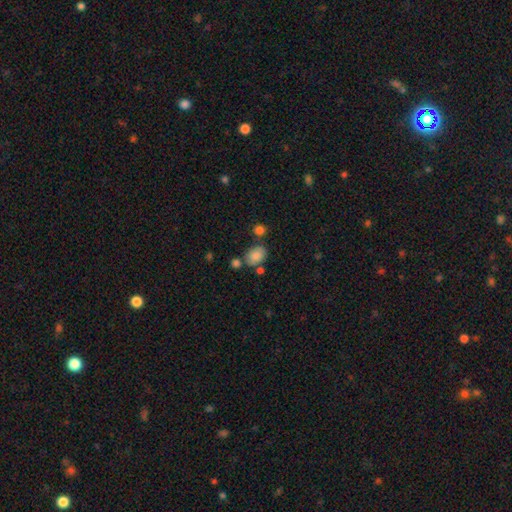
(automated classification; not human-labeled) A smooth galaxy with no disk features (84%) that is in between round and cigar-shaped (72%). Merging: none (63%).